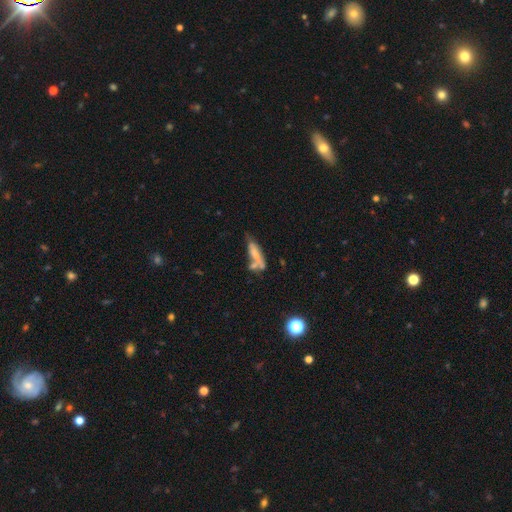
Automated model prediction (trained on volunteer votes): smooth-or-featured: smooth: 55% | featured or disk: 34% | star or artifact: 11%
  how-rounded: cigar-shaped: 56% | in between: 41% | round: 3%
  merging: merger: 36% | none: 29% | minor disturbance: 20% | major disturbance: 15%